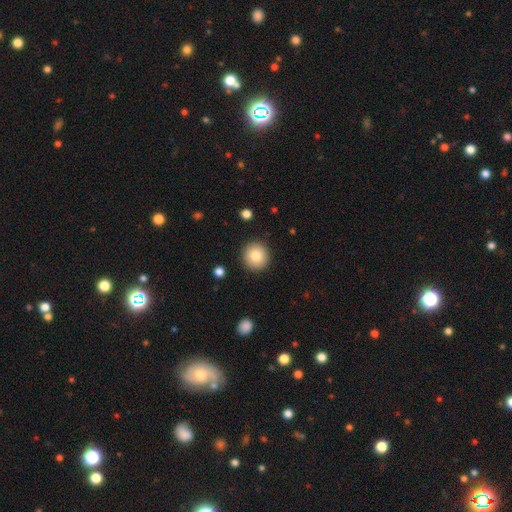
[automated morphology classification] smooth 81%, featured or disk 10%, star or artifact 9%. Down the decision tree: how rounded — round (94%); merging — none (91%).